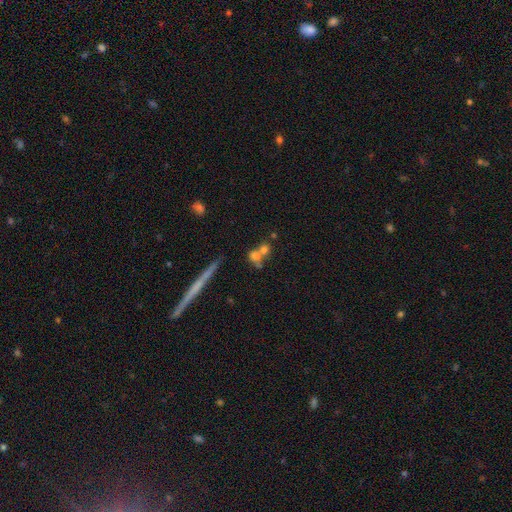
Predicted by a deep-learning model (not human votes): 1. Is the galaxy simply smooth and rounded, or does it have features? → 66% smooth, 21% featured or disk, 13% star or artifact.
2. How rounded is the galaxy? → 69% round, 23% in between, 9% cigar-shaped.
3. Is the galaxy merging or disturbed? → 49% merger, 37% none, 8% minor disturbance, 5% major disturbance.